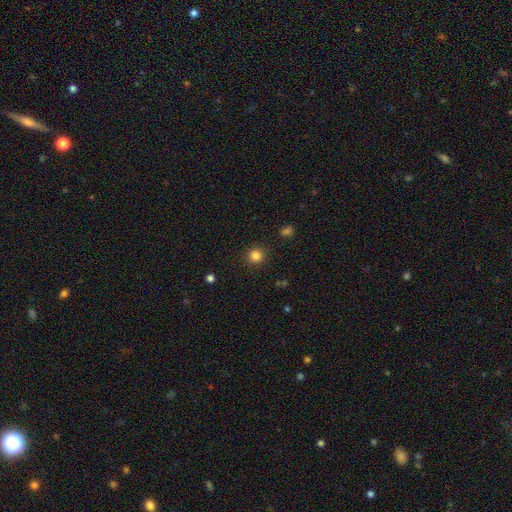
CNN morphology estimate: Overall: smooth (84%). How rounded: round (92%). Merging: none (90%).